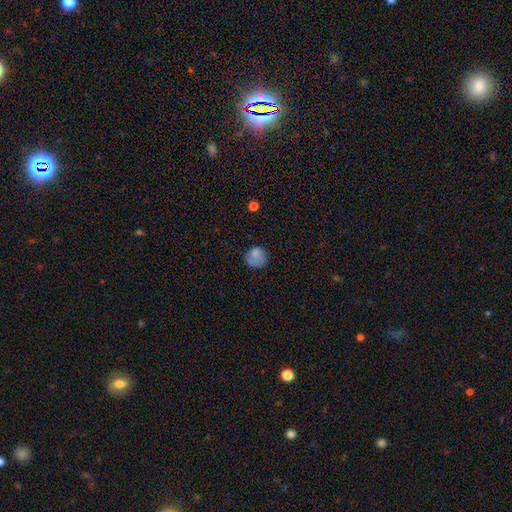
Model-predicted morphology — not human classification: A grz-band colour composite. It shows a smooth galaxy with no disk features (77%) that is round (80%). Merging: none (62%).